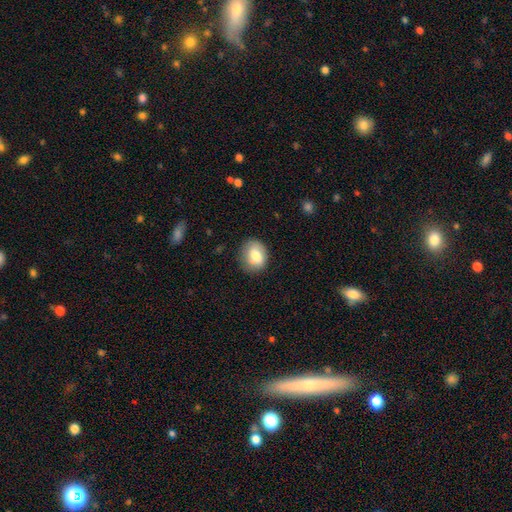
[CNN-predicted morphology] Smooth or featured?
  - smooth: 77% *
  - featured or disk: 15%
  - star or artifact: 8%
How rounded?
  - round: 52% *
  - in between: 46%
  - cigar-shaped: 1%
Merging?
  - none: 76% *
  - minor disturbance: 17%
  - major disturbance: 5%
  - merger: 1%